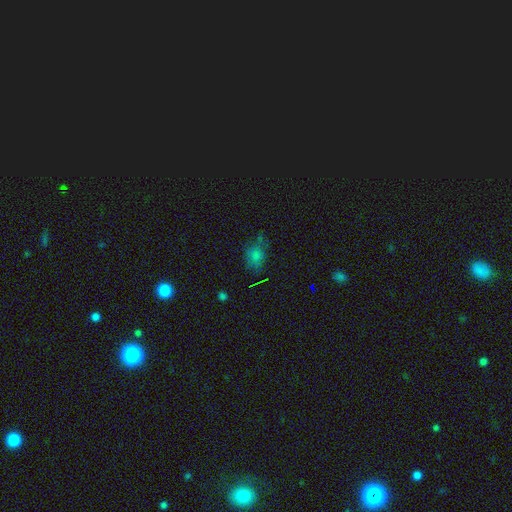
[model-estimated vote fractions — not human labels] smooth 67%, star or artifact 22%, featured or disk 10%. Down the decision tree: how rounded — in between (51%); merging — none (56%).